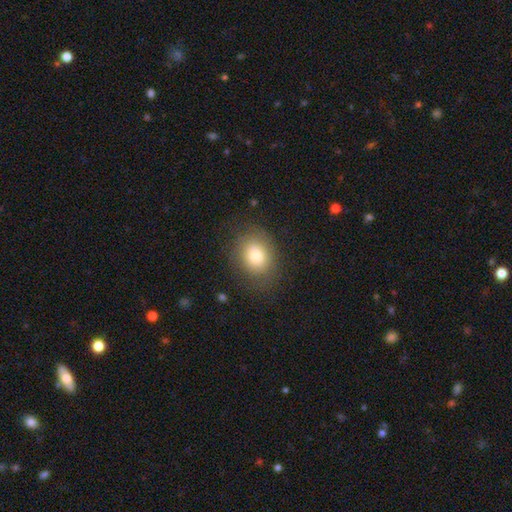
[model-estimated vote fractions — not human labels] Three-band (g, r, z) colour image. It shows a smooth galaxy with no disk features (78%) that is in between round and cigar-shaped (53%). Merging: none (80%).